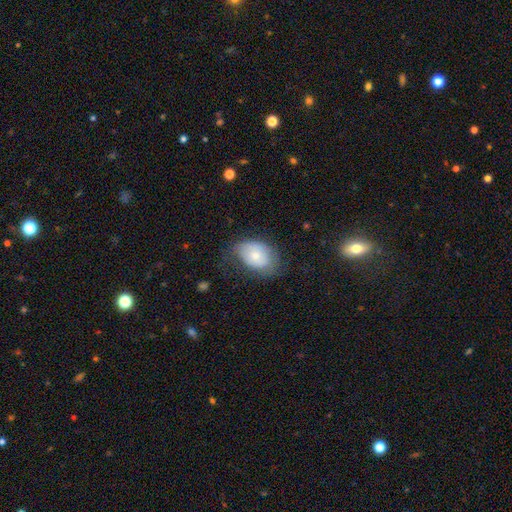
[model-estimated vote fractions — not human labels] Smooth or featured?
  - smooth: 66% *
  - featured or disk: 26%
  - star or artifact: 7%
How rounded?
  - in between: 81% *
  - round: 18%
  - cigar-shaped: 1%
Merging?
  - none: 55% *
  - minor disturbance: 30%
  - major disturbance: 13%
  - merger: 1%